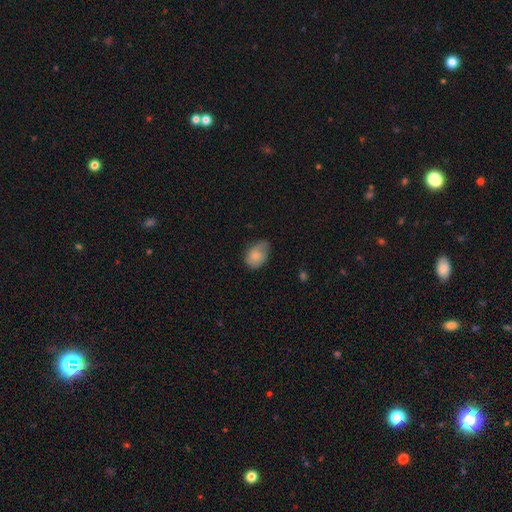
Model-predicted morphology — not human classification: Smooth or featured? Predicted: smooth (p=0.78). How rounded? Predicted: in between (p=0.80). Merging? Predicted: none (p=0.48).